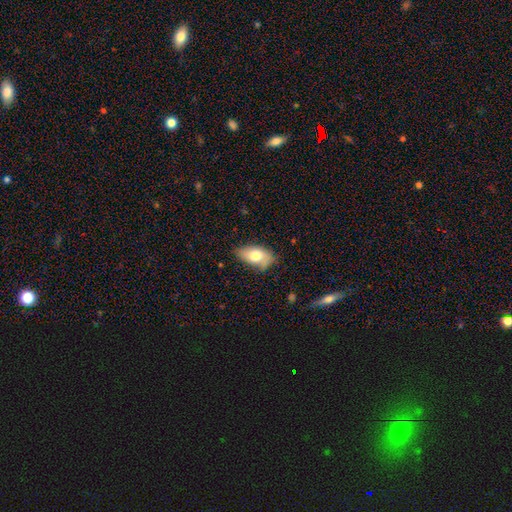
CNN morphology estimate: smooth-or-featured: smooth: 73% | featured or disk: 20% | star or artifact: 7%
  how-rounded: in between: 91% | round: 6% | cigar-shaped: 3%
  merging: none: 65% | minor disturbance: 27% | major disturbance: 6% | merger: 2%